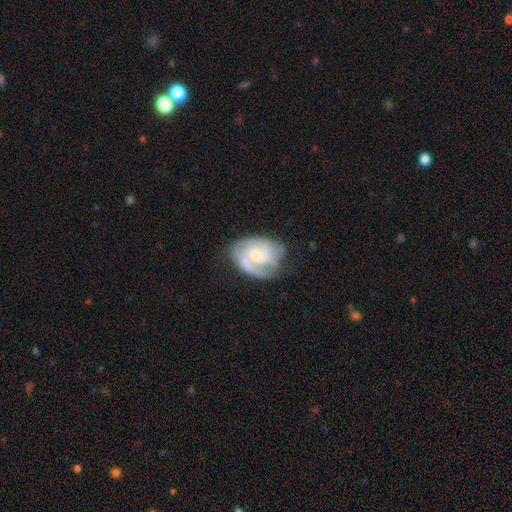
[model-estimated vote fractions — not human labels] smooth-or-featured: featured or disk: 79% | smooth: 16% | star or artifact: 5%
  disk-edge-on: no: 98% | yes: 2%
    bar: no: 55% | weak: 39% | strong: 7%
    has-spiral-arms: yes: 92% | no: 8%
      spiral-winding: tight: 44% | medium: 42% | loose: 14%
      spiral-arm-count: 2: 47% | can't tell: 18% | 1: 16% | 3: 14% | 4: 3% | more than 4: 2%
    bulge-size: small: 53% | moderate: 36% | none: 7% | large: 3% | dominant: 1%
  merging: none: 57% | minor disturbance: 25% | major disturbance: 15% | merger: 3%